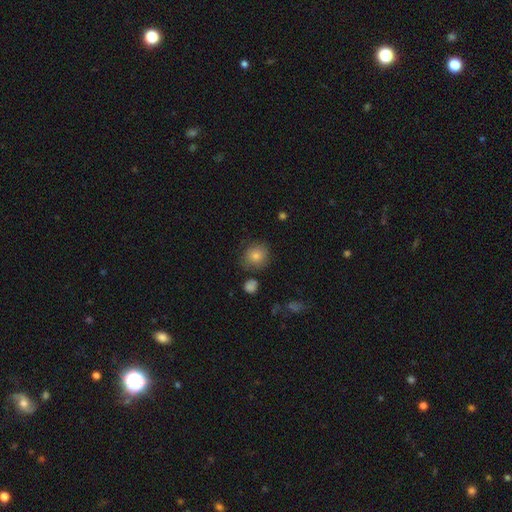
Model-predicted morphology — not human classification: smooth_or_featured: smooth (p=0.78) [alt: star or artifact p=0.12]
how_rounded: round (p=0.81) [alt: in between p=0.18]
merging: none (p=0.76) [alt: minor disturbance p=0.16]